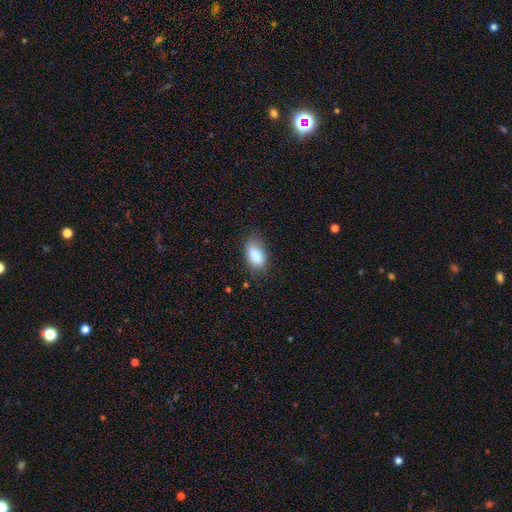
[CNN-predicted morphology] Smooth or featured? smooth (86%)
How rounded? in between (92%)
Merging? none (66%)